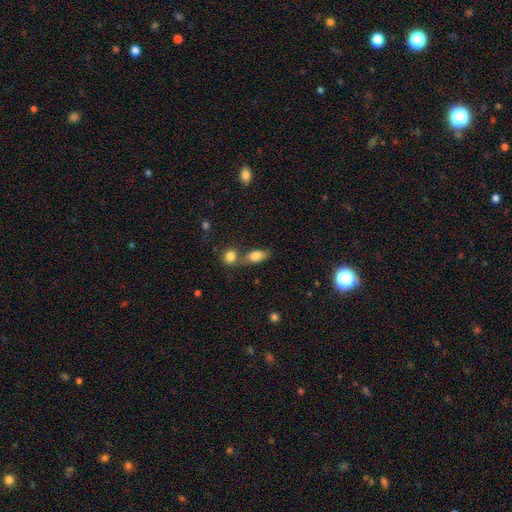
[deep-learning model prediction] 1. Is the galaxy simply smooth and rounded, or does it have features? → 81% smooth, 10% featured or disk, 8% star or artifact.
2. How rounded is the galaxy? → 84% in between, 9% round, 7% cigar-shaped.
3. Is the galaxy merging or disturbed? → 48% none, 36% merger, 12% minor disturbance, 5% major disturbance.